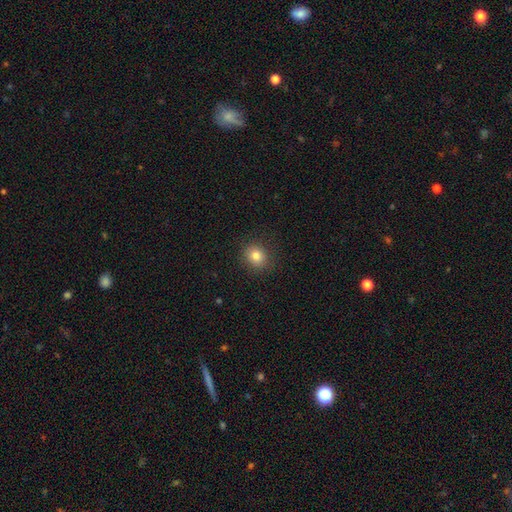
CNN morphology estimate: A smooth galaxy with no disk features (81%) that is round (80%).

Vote fractions:
- Smooth or featured? smooth: 81% / star or artifact: 12% / featured or disk: 7%
- How rounded? round: 80% / in between: 19% / cigar-shaped: 1%
- Merging? none: 89% / minor disturbance: 7% / major disturbance: 3% / merger: 1%